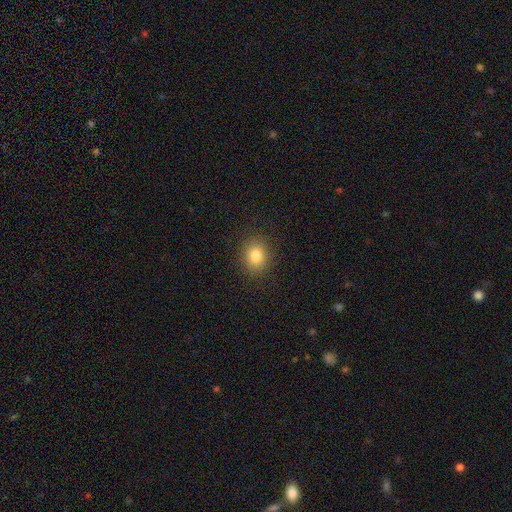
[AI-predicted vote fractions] Smooth or featured?
  - smooth: 83% *
  - star or artifact: 11%
  - featured or disk: 6%
How rounded?
  - round: 66% *
  - in between: 33%
  - cigar-shaped: 1%
Merging?
  - none: 89% *
  - minor disturbance: 8%
  - major disturbance: 3%
  - merger: 1%